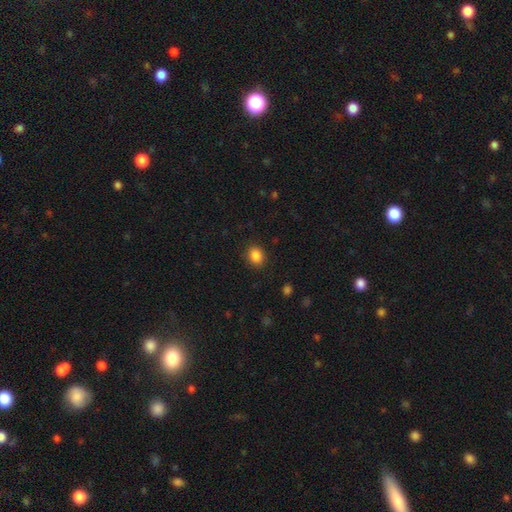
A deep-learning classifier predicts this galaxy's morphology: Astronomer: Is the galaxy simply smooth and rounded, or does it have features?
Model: smooth — 86%.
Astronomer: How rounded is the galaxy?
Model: round — 59% (runner-up: in between, 40%).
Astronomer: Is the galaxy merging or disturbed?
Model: none — 88%.